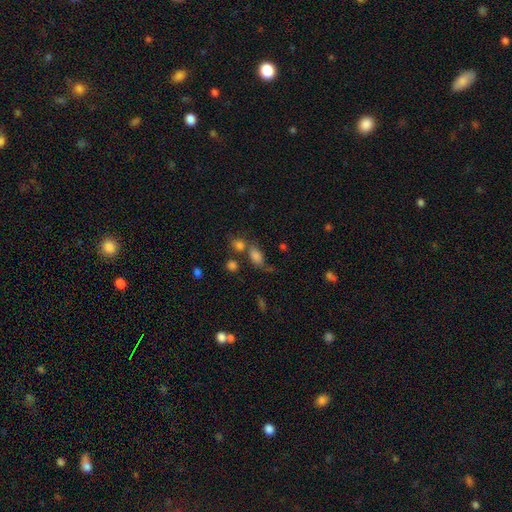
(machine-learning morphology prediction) This appears to be a smooth galaxy with no disk features (74%) that is in between round and cigar-shaped (81%). Merging: none (46%).